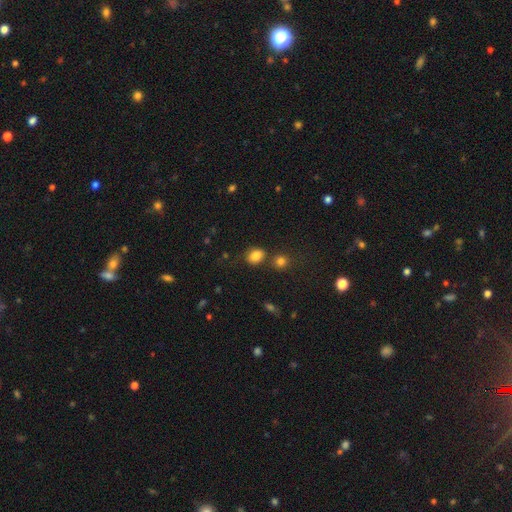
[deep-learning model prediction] The model was most divided on "how rounded": in between: 58%, round: 41%, cigar-shaped: 1%. More confident: smooth or featured — smooth (83%); merging — none (63%).